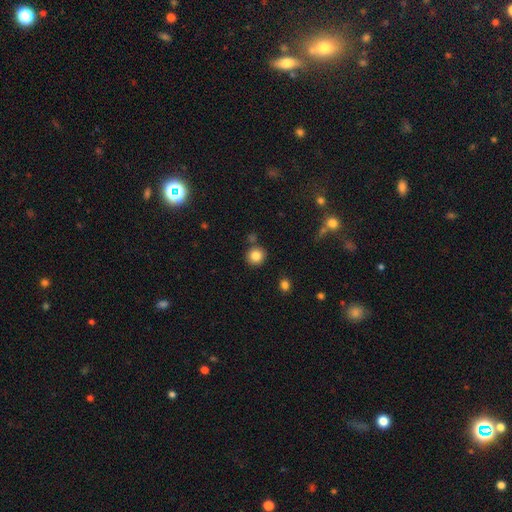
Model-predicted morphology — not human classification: This is clearly a smooth galaxy (84%). How rounded: clearly round (90%). Merging: clearly none (82%).